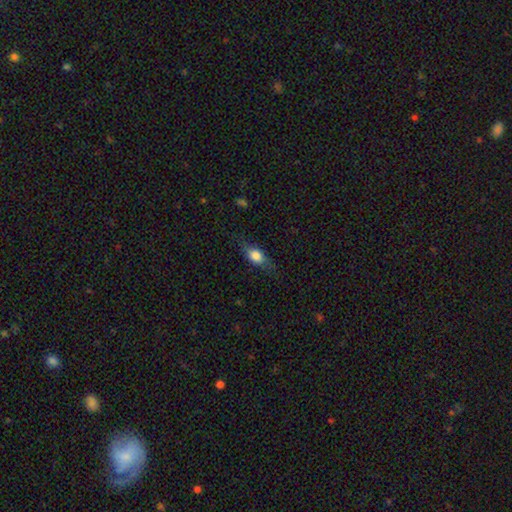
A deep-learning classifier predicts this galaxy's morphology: Smooth or featured? smooth (72%)
How rounded? in between (74%)
Merging? none (72%)